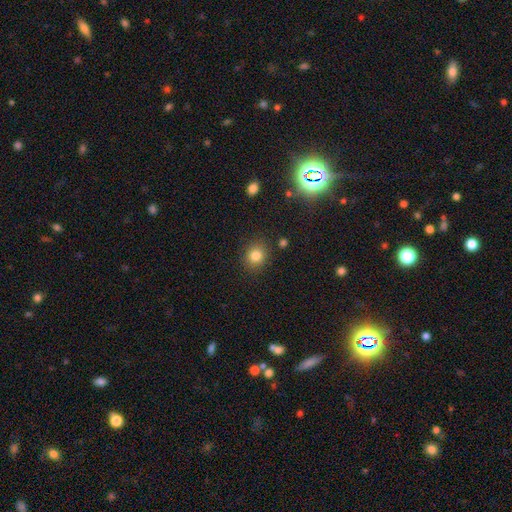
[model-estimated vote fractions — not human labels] This is clearly a smooth galaxy (81%). How rounded: likely round (80%). Merging: clearly none (87%).